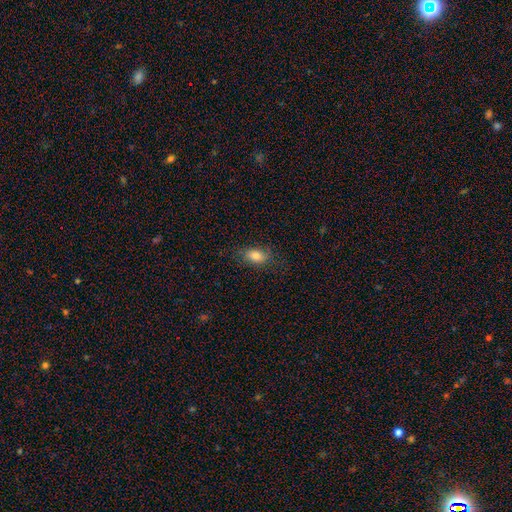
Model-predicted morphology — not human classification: Smooth or featured?
  - smooth: 82% *
  - featured or disk: 9%
  - star or artifact: 9%
How rounded?
  - in between: 83% *
  - round: 14%
  - cigar-shaped: 3%
Merging?
  - none: 76% *
  - minor disturbance: 17%
  - major disturbance: 6%
  - merger: 1%